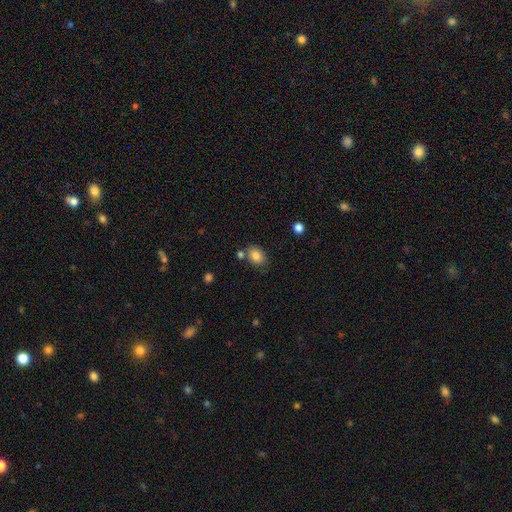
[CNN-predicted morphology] This appears to be a smooth galaxy with no disk features (83%) that is in between round and cigar-shaped (68%). Merging: none (71%).